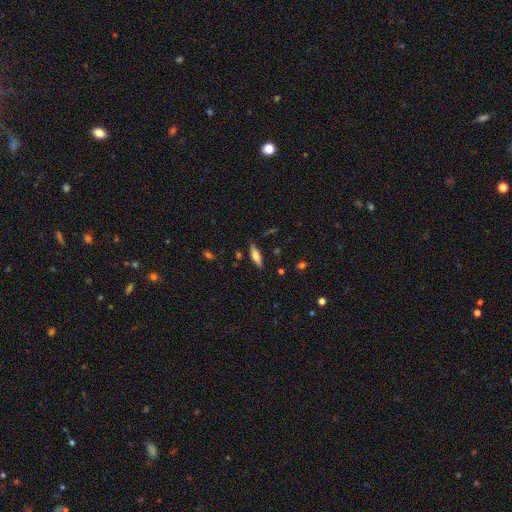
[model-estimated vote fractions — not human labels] Overall: smooth (62%; featured or disk 31%). How rounded: cigar-shaped (53%; in between 45%). Merging: none (84%).